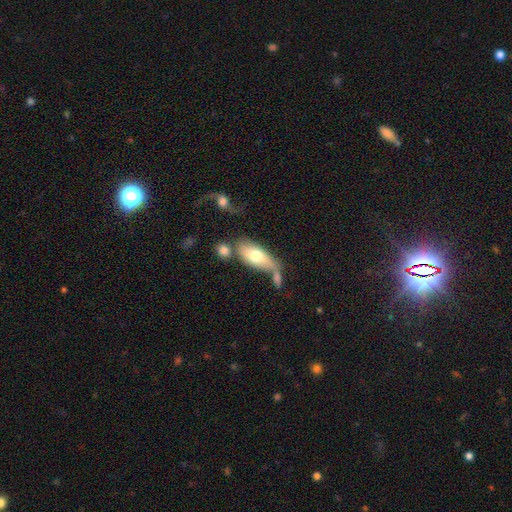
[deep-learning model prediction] A smooth galaxy with no disk features (68%) that is in between round and cigar-shaped (84%). Merging: none (45%).